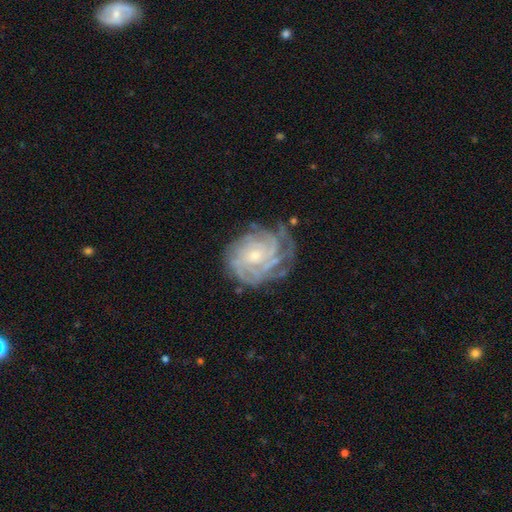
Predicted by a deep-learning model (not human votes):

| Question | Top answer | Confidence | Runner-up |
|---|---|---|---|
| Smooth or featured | featured or disk | 85% | smooth (8%) |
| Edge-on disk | no | 97% | yes (3%) |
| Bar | no | 75% | weak (21%) |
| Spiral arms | yes | 96% | no (4%) |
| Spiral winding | tight | 74% | medium (21%) |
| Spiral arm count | can't tell | 34% | 4 (24%) |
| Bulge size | small | 69% | moderate (26%) |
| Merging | none | 66% | minor disturbance (21%) |